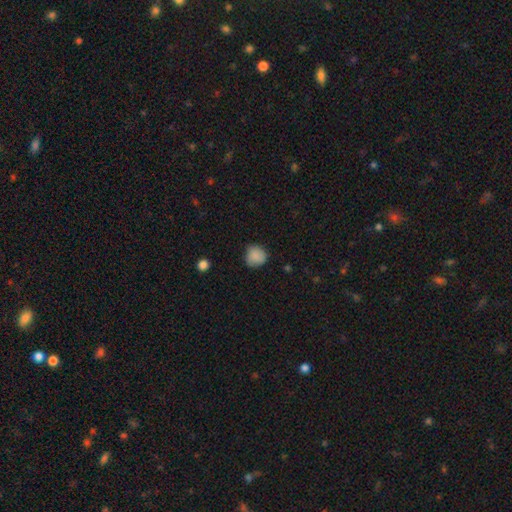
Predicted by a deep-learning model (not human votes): Smooth or featured? smooth (86%)
How rounded? round (85%)
Merging? none (73%)